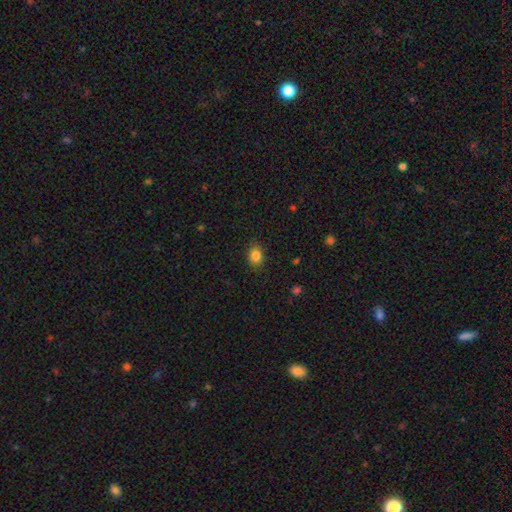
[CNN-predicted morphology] This is clearly a smooth galaxy (85%). How rounded: possibly round (51%). Merging: clearly none (86%).